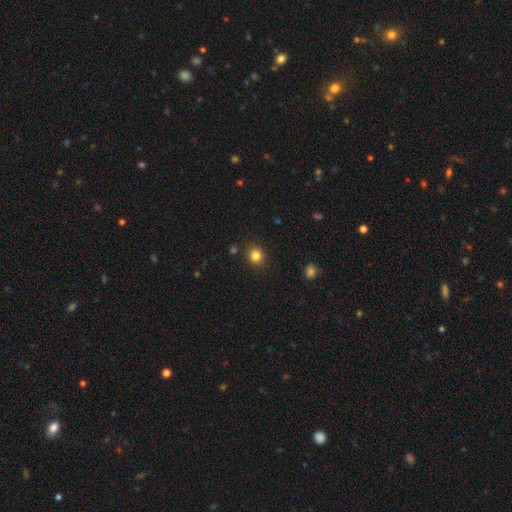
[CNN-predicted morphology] Q: Smooth or featured?
A: smooth (83%); runner-up: star or artifact (12%)
Q: How rounded?
A: round (81%); runner-up: in between (18%)
Q: Merging?
A: none (88%); runner-up: minor disturbance (8%)